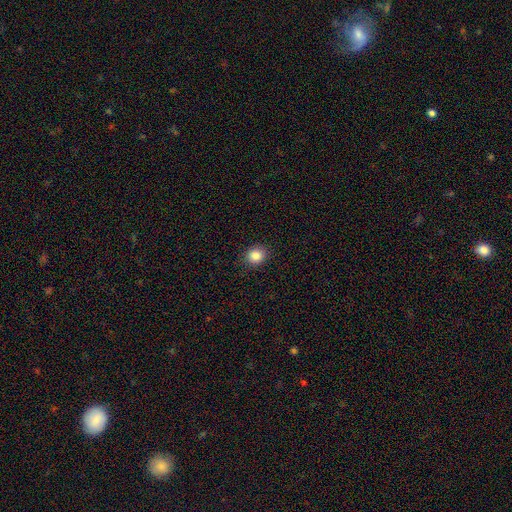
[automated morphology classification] A smooth galaxy with no disk features (85%) that is round (75%). Merging: none (90%).